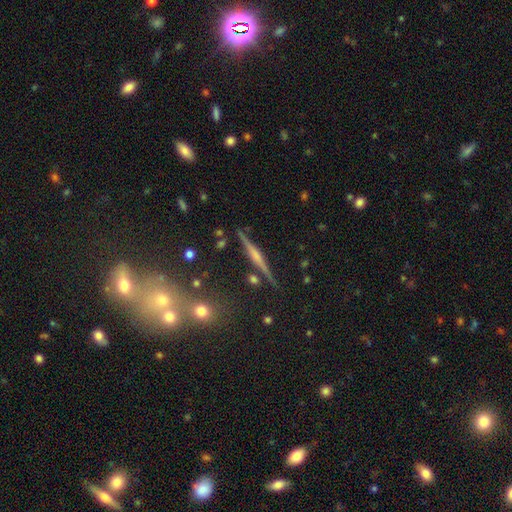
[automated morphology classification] A featured or disk galaxy (73%) viewed edge-on (97%) with a rounded central bulge (63%).

Vote fractions:
- Smooth or featured? featured or disk: 73% / smooth: 17% / star or artifact: 10%
- Edge-on disk? yes: 97% / no: 3%
- Edge-on bulge? rounded: 63% / none: 20% / boxy: 17%
- Merging? none: 87% / minor disturbance: 8% / merger: 3% / major disturbance: 2%